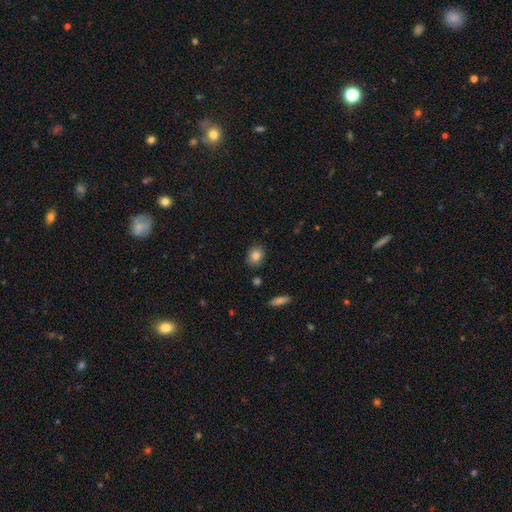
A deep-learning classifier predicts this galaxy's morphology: Smooth or featured?
  - smooth: 84% *
  - star or artifact: 9%
  - featured or disk: 7%
How rounded?
  - round: 53% *
  - in between: 46%
  - cigar-shaped: 1%
Merging?
  - none: 84% *
  - minor disturbance: 11%
  - major disturbance: 2%
  - merger: 2%